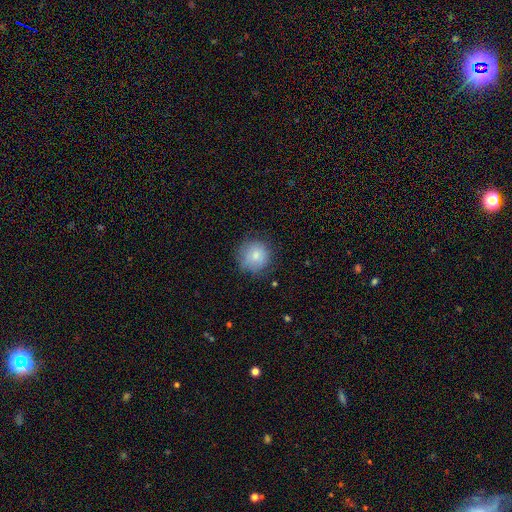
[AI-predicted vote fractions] smooth_or_featured: smooth (p=0.81) [alt: featured or disk p=0.10]
how_rounded: round (p=0.93) [alt: in between p=0.06]
merging: none (p=0.76) [alt: minor disturbance p=0.18]